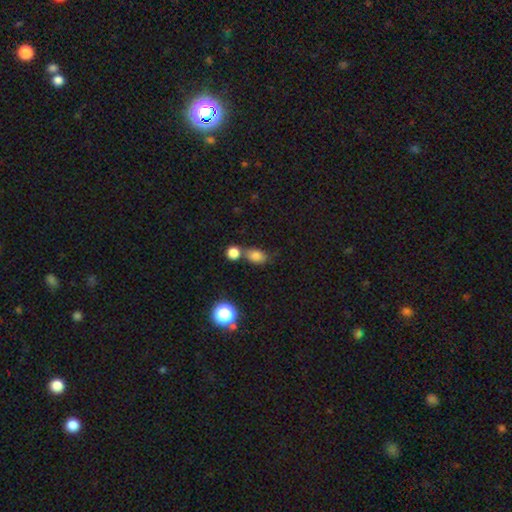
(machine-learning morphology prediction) type=smooth (79%); roundness=in between (73%); merging=none (53%).